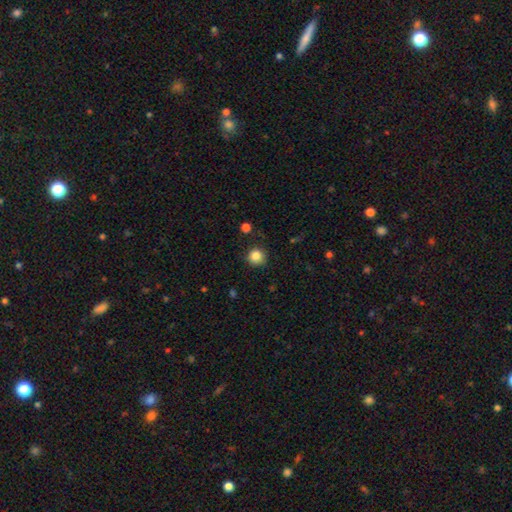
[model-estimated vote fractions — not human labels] Smooth or featured? smooth (84%)
How rounded? round (93%)
Merging? none (87%)